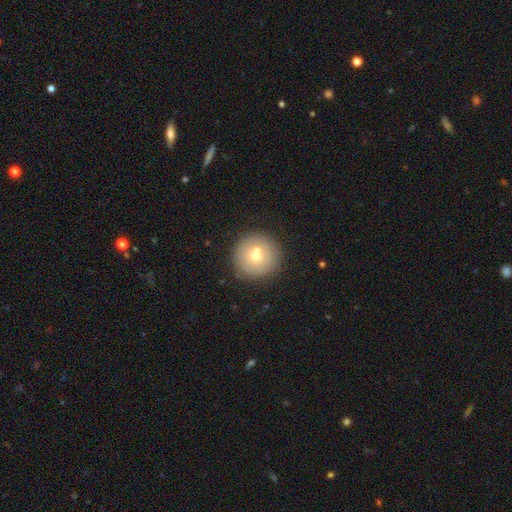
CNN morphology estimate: A smooth galaxy with no disk features (67%) that is round (95%). Merging: none (74%).